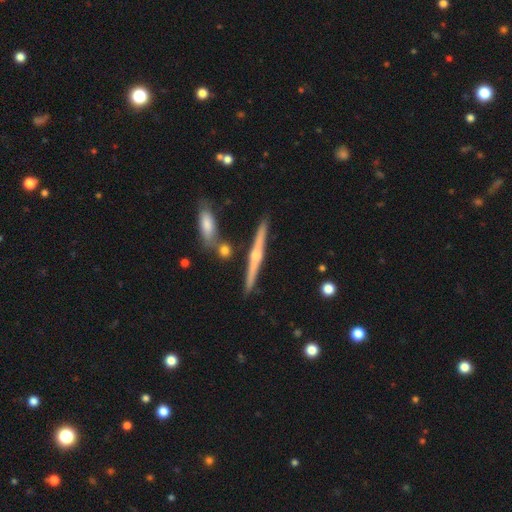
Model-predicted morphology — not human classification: Smooth or featured: featured or disk — 77% (smooth — 17%)
Edge-on disk: yes — 98% (no — 2%)
Edge-on bulge: rounded — 86% (none — 9%)
Merging: none — 86% (minor disturbance — 7%)